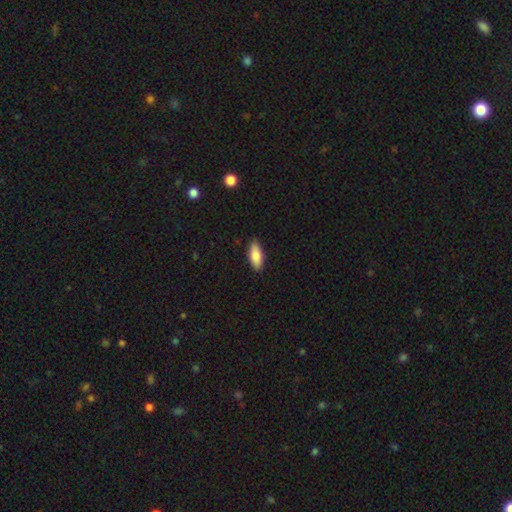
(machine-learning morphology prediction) smooth_or_featured: smooth (p=0.83) [alt: featured or disk p=0.12]
how_rounded: in between (p=0.78) [alt: cigar-shaped p=0.19]
merging: none (p=0.88) [alt: minor disturbance p=0.10]